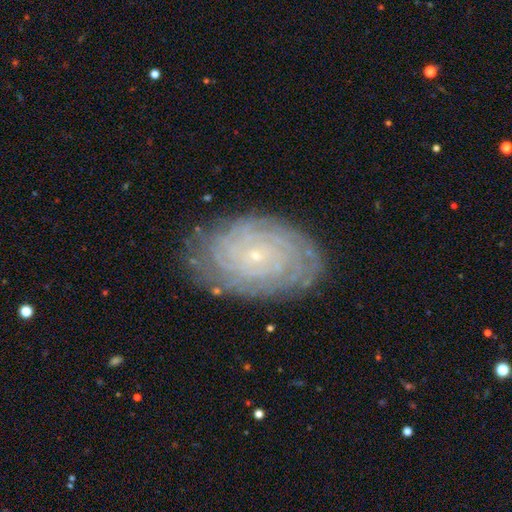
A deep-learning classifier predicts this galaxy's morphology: The model was most divided on "spiral arm count": can't tell: 32%, more than 4: 25%, 4: 17%, 3: 9%, 2: 9%, 1: 7%. More confident: edge-on disk — no (96%); spiral arms — yes (96%); bulge size — small (90%); spiral winding — tight (89%); bar — no (84%); merging — none (83%); smooth or featured — featured or disk (82%).